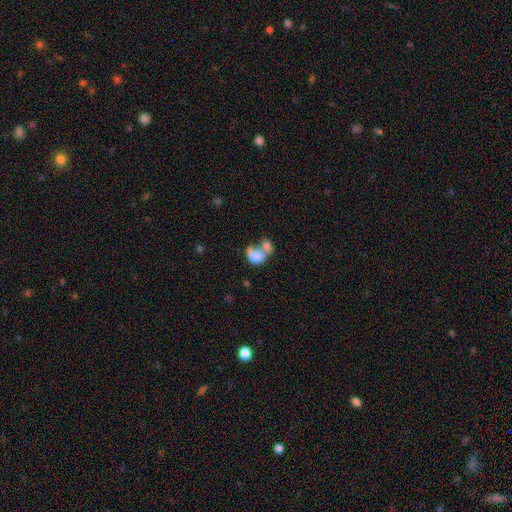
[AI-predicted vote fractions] Q: Smooth or featured?
A: smooth (73%); runner-up: featured or disk (19%)
Q: How rounded?
A: in between (72%); runner-up: round (27%)
Q: Merging?
A: merger (71%); runner-up: none (13%)